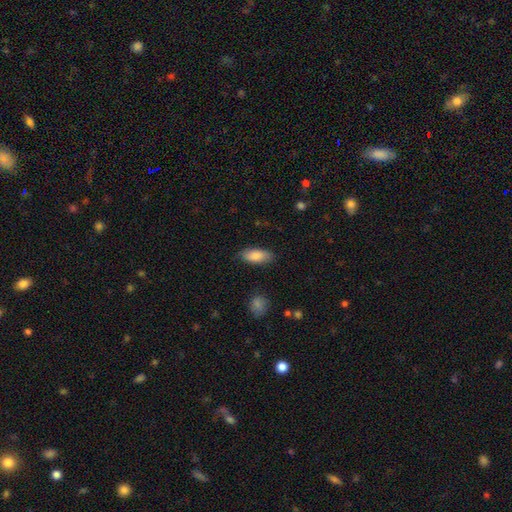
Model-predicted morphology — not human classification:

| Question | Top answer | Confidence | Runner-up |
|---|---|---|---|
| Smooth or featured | smooth | 85% | featured or disk (9%) |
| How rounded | in between | 84% | cigar-shaped (14%) |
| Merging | none | 82% | minor disturbance (13%) |